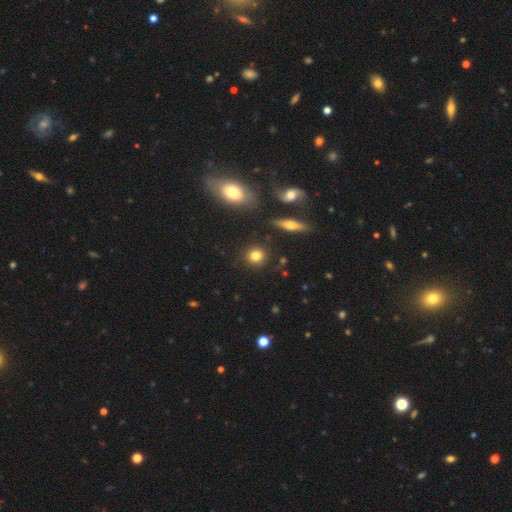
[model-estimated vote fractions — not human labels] Smooth or featured? smooth (81%)
How rounded? round (86%)
Merging? none (87%)